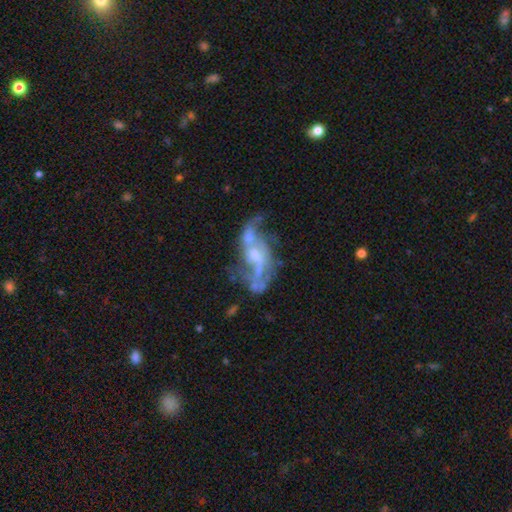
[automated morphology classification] Q: Smooth or featured?
A: featured or disk (80%); runner-up: smooth (11%)
Q: Edge-on disk?
A: no (96%); runner-up: yes (4%)
Q: Bar?
A: no (48%); runner-up: weak (40%)
Q: Spiral arms?
A: yes (78%); runner-up: no (22%)
Q: Spiral winding?
A: loose (67%); runner-up: medium (26%)
Q: Spiral arm count?
A: 2 (69%); runner-up: can't tell (14%)
Q: Bulge size?
A: small (41%); runner-up: moderate (36%)
Q: Merging?
A: none (35%); runner-up: major disturbance (27%)